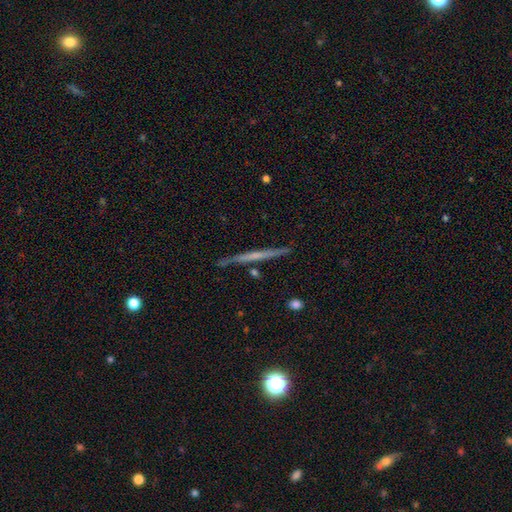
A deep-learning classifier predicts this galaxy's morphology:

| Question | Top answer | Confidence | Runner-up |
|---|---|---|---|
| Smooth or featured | featured or disk | 59% | smooth (35%) |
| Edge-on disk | yes | 97% | no (3%) |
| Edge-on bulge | none | 82% | rounded (12%) |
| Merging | none | 86% | minor disturbance (9%) |